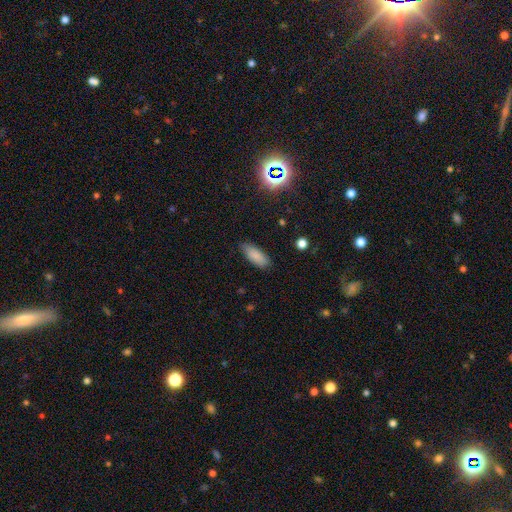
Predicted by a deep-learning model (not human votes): Smooth or featured: smooth — 85% (star or artifact — 8%)
How rounded: in between — 79% (cigar-shaped — 19%)
Merging: none — 76% (minor disturbance — 19%)